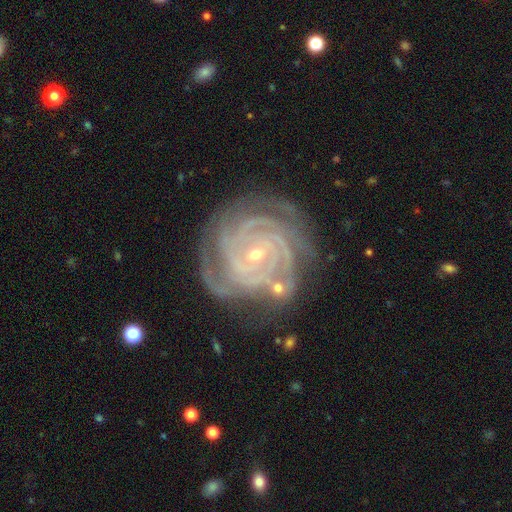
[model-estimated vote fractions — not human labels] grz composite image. It shows a featured or disk galaxy (91%) with no bar (56%), 4 (38%) tight (84%) spiral arms (98%) and a small central bulge (76%). Merging: none (73%).